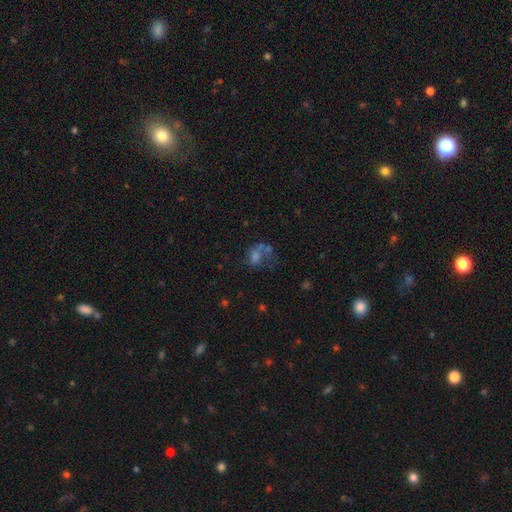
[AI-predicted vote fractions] Morphology: type=smooth (46%); merging=major disturbance (33%).